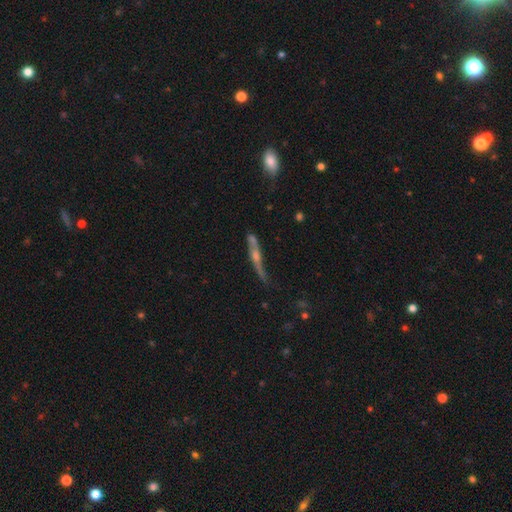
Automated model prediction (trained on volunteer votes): This is likely a featured or disk galaxy (66%). It is clearly viewed edge-on (81%). Edge-on bulge: likely rounded (73%). Merging: possibly none (51%).